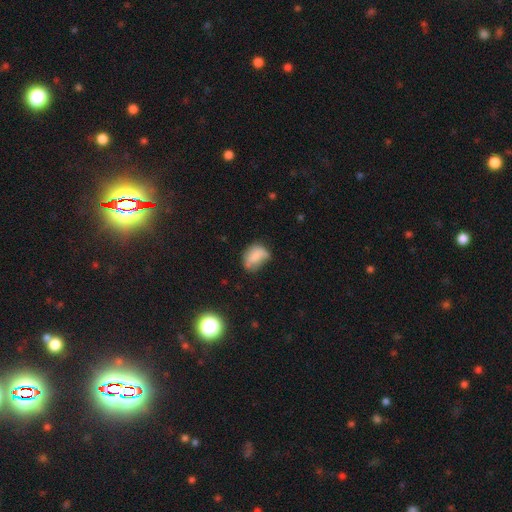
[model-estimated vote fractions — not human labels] Smooth or featured: smooth — 72% (featured or disk — 17%)
How rounded: in between — 76% (round — 23%)
Merging: none — 39% (tied with minor disturbance — 39%)